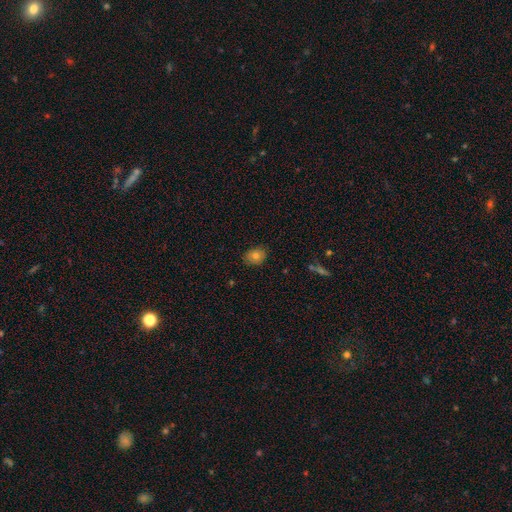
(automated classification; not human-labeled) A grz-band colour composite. It shows a smooth galaxy with no disk features (77%) that is in between round and cigar-shaped (60%). Merging: none (84%).